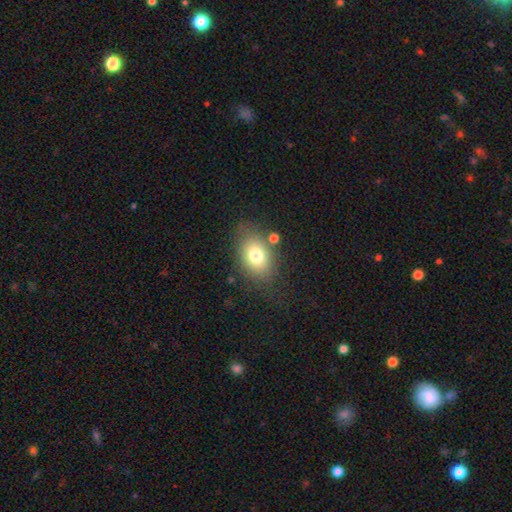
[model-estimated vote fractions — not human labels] Overall: smooth (76%). How rounded: in between (77%). Merging: none (72%).